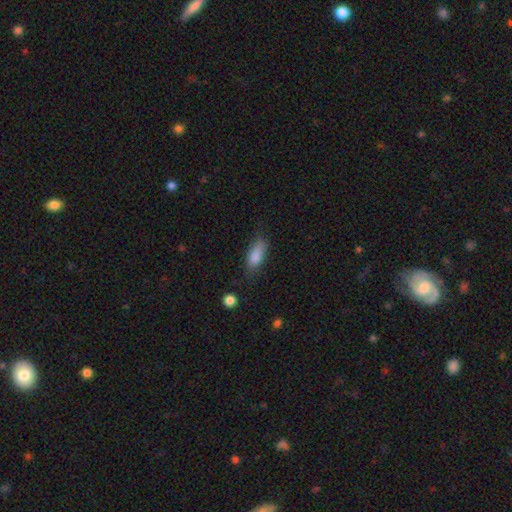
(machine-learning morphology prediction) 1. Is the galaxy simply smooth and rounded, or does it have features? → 84% smooth, 9% featured or disk, 8% star or artifact.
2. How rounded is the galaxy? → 75% in between, 22% cigar-shaped, 3% round.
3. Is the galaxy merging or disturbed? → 63% none, 26% minor disturbance, 8% major disturbance, 2% merger.